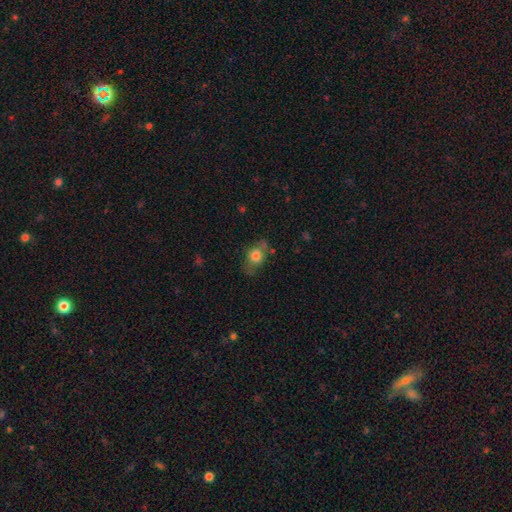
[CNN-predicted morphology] A smooth galaxy with no disk features (74%) that is in between round and cigar-shaped (63%).

Vote fractions:
- Smooth or featured? smooth: 74% / featured or disk: 17% / star or artifact: 9%
- How rounded? in between: 63% / round: 35% / cigar-shaped: 3%
- Merging? none: 63% / minor disturbance: 25% / major disturbance: 9% / merger: 4%